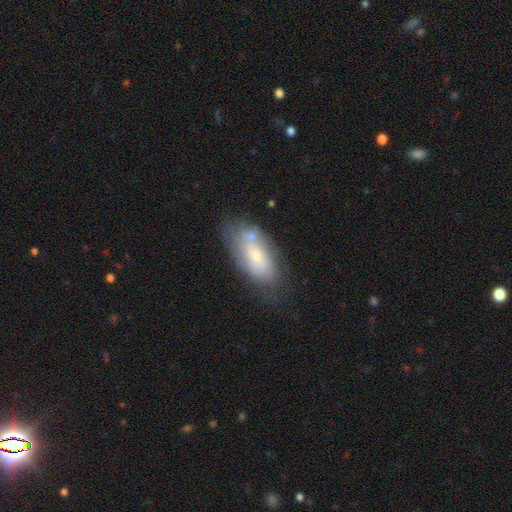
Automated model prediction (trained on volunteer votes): Smooth or featured?
  - smooth: 55% *
  - featured or disk: 37%
  - star or artifact: 8%
How rounded?
  - in between: 88% *
  - cigar-shaped: 9%
  - round: 3%
Merging?
  - none: 58% *
  - minor disturbance: 23%
  - merger: 11%
  - major disturbance: 8%